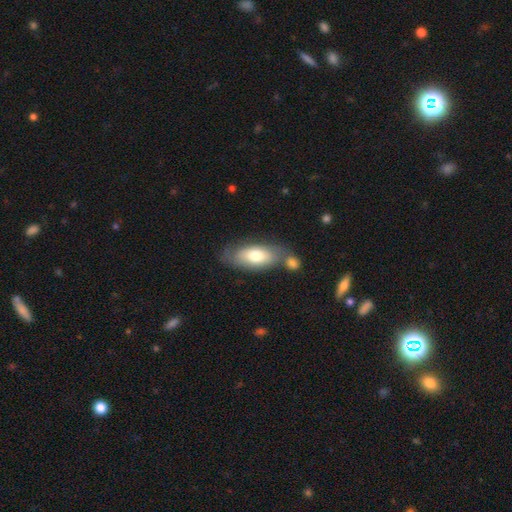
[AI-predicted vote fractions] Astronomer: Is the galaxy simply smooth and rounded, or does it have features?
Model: smooth — 71%.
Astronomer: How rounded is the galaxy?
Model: in between — 87%.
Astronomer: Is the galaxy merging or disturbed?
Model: none — 51% (runner-up: merger, 26%).